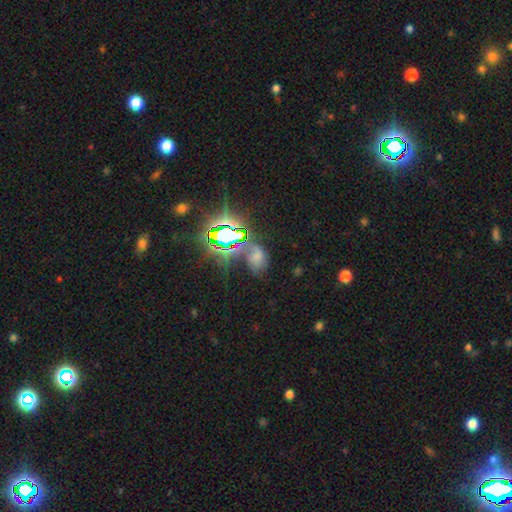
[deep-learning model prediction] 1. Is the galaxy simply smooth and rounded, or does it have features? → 45% star or artifact, 31% smooth, 24% featured or disk.